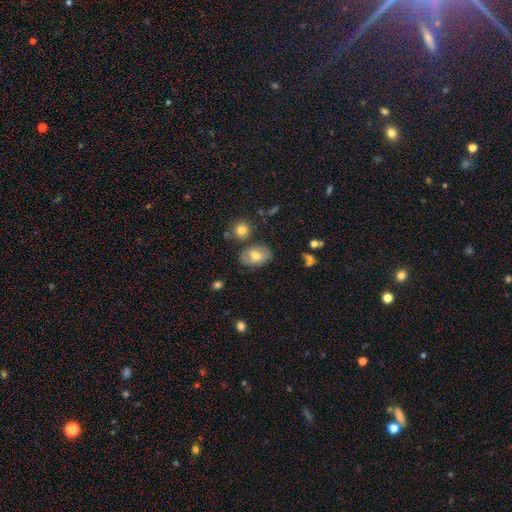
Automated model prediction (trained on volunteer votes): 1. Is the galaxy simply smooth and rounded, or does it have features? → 58% smooth, 34% featured or disk, 8% star or artifact.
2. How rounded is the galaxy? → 80% in between, 18% round, 1% cigar-shaped.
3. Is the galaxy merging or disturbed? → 66% none, 20% minor disturbance, 8% merger, 6% major disturbance.